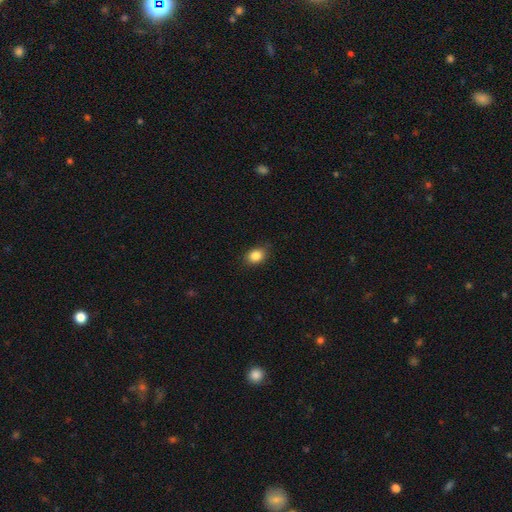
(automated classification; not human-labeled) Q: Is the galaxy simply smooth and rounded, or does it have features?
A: smooth — 86%.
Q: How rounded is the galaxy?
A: in between — 62%.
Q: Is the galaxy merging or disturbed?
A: none — 83%.